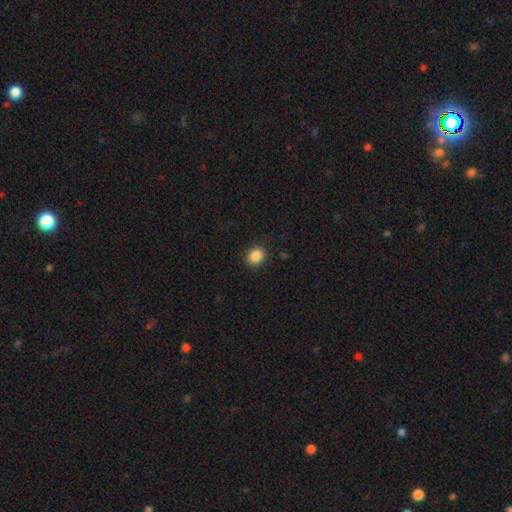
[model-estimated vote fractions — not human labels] Overall: smooth (87%). How rounded: round (81%). Merging: none (89%).